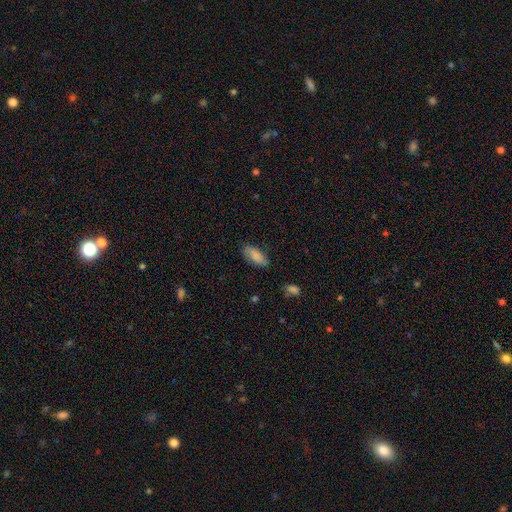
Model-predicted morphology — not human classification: type=smooth (78%); roundness=in between (85%); merging=none (72%).